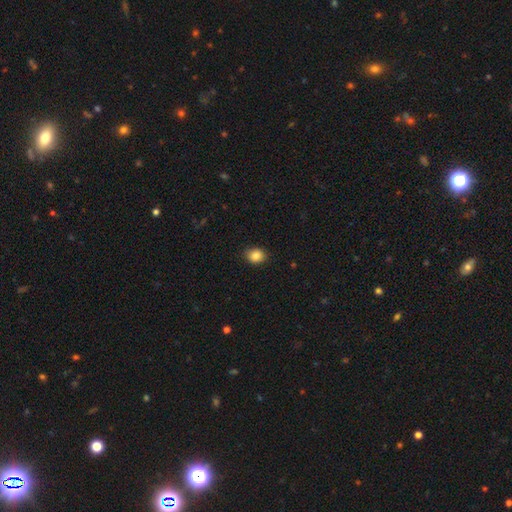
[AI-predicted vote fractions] Overall: smooth (86%). How rounded: round (55%; in between 44%). Merging: none (88%).